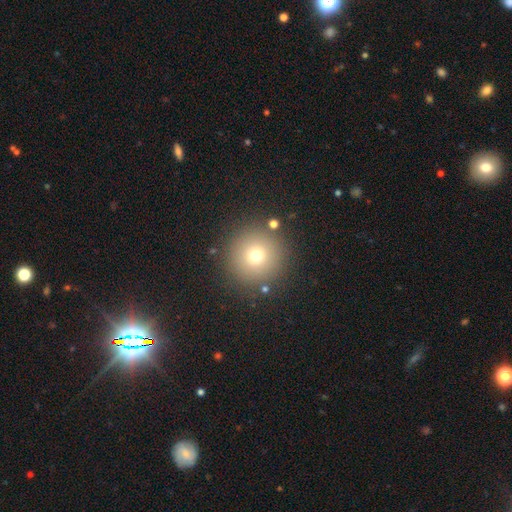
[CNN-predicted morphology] smooth 71%, star or artifact 17%, featured or disk 12%. Down the decision tree: how rounded — round (96%); merging — none (87%).